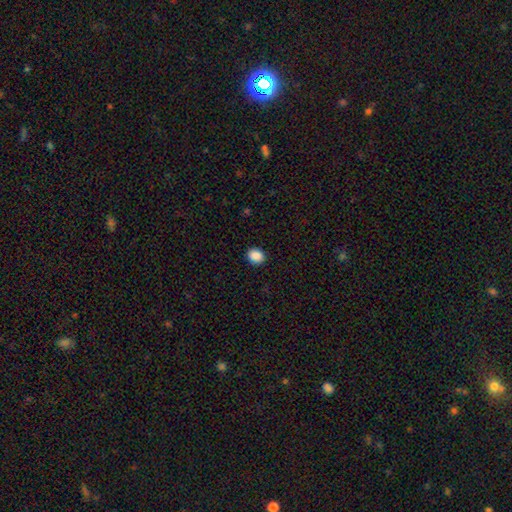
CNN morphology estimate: smooth-or-featured: smooth: 89% | star or artifact: 9% | featured or disk: 3%
  how-rounded: round: 60% | in between: 39% | cigar-shaped: 1%
  merging: none: 91% | minor disturbance: 6% | major disturbance: 2% | merger: 1%